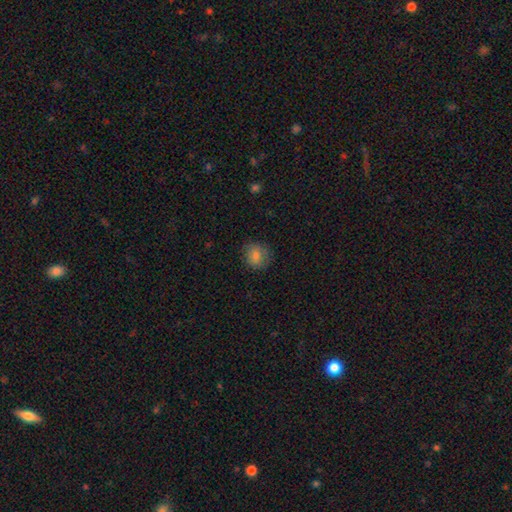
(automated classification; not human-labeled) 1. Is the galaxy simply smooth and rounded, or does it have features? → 77% smooth, 12% featured or disk, 11% star or artifact.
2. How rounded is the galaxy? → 83% round, 16% in between, 1% cigar-shaped.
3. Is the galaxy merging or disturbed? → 81% none, 14% minor disturbance, 4% major disturbance, 1% merger.